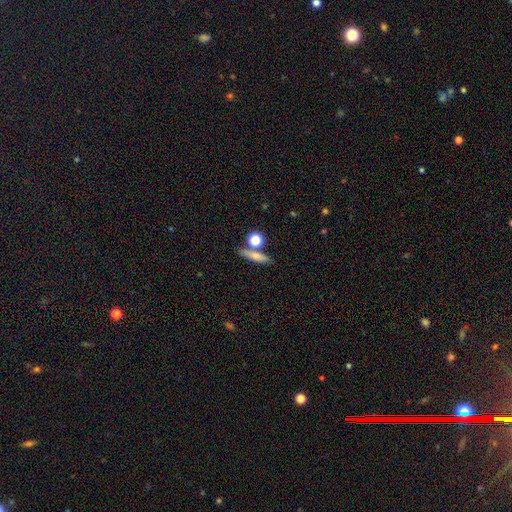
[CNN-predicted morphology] This is likely a smooth galaxy (71%). How rounded: likely cigar-shaped (62%). Merging: likely none (70%).